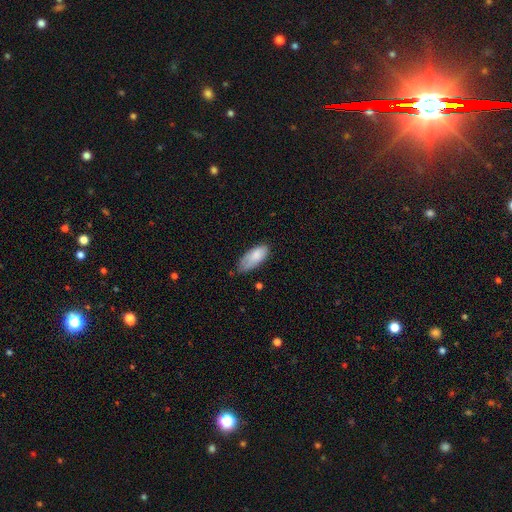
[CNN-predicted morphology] Smooth or featured?
  - smooth: 83% *
  - featured or disk: 11%
  - star or artifact: 6%
How rounded?
  - in between: 88% *
  - cigar-shaped: 10%
  - round: 2%
Merging?
  - none: 48% *
  - minor disturbance: 41%
  - major disturbance: 9%
  - merger: 2%